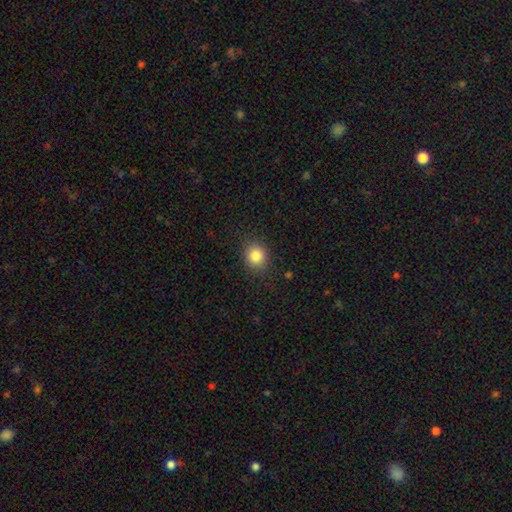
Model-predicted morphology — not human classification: Smooth or featured? smooth (83%)
How rounded? round (75%)
Merging? none (87%)